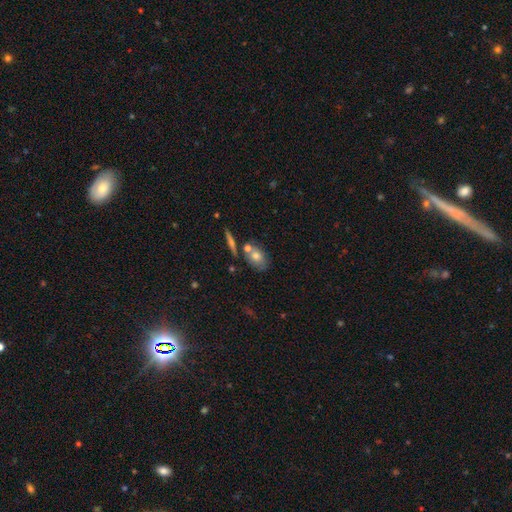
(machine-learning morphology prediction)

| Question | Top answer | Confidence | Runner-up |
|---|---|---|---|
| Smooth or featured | smooth | 67% | featured or disk (24%) |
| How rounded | in between | 72% | round (21%) |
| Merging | none | 57% | merger (24%) |